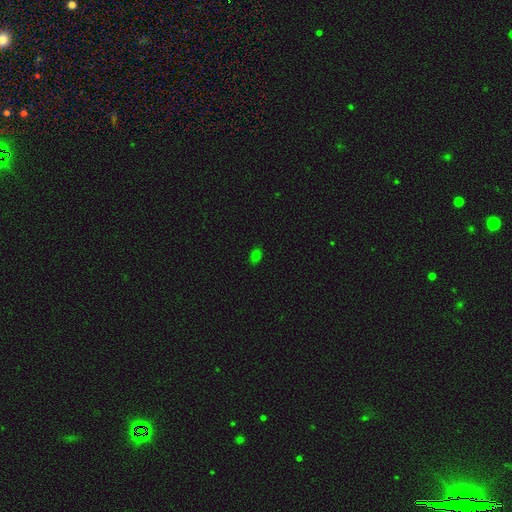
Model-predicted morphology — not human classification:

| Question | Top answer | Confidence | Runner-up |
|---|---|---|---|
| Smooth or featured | smooth | 76% | star or artifact (19%) |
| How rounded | in between | 74% | round (24%) |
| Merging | none | 86% | minor disturbance (10%) |